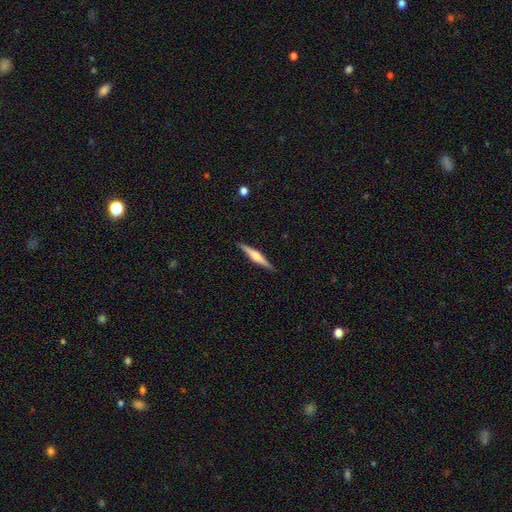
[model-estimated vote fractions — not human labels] This appears to be a featured or disk galaxy (66%) viewed edge-on (98%) with a rounded central bulge (82%). Merging: none (91%).